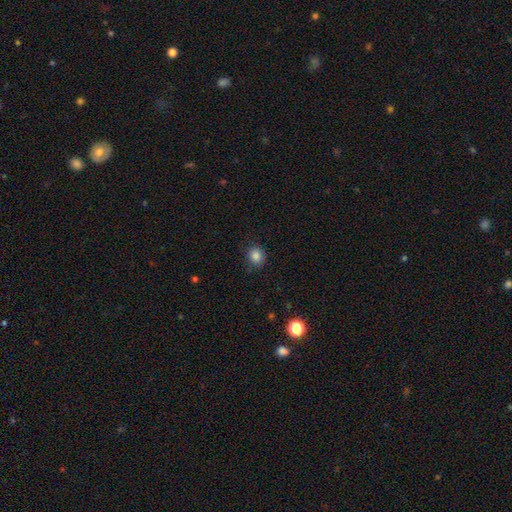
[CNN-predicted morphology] A smooth galaxy with no disk features (85%) that is round (75%).

Vote fractions:
- Smooth or featured? smooth: 85% / star or artifact: 11% / featured or disk: 4%
- How rounded? round: 75% / in between: 24% / cigar-shaped: 1%
- Merging? none: 84% / minor disturbance: 12% / major disturbance: 3% / merger: 1%